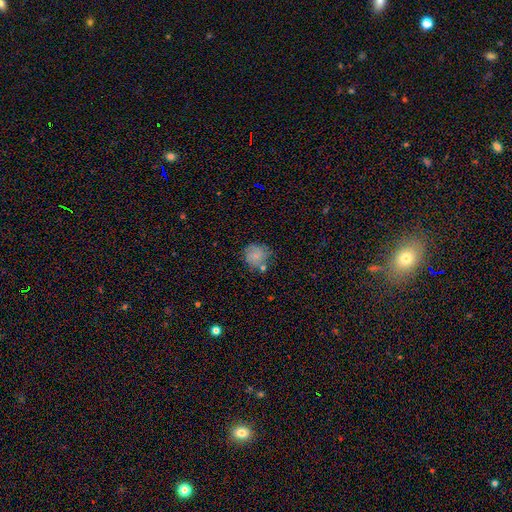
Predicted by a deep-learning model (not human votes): This appears to be a smooth galaxy with no disk features (71%) that is round (84%). Merging: none (64%).